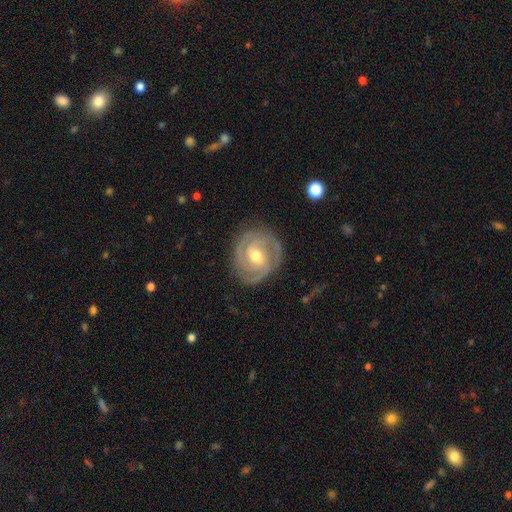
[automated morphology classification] A featured or disk galaxy (88%) with no bar (46%), 3 (39%) tight (65%) spiral arms (96%) and a moderate central bulge (70%). Merging: none (80%).